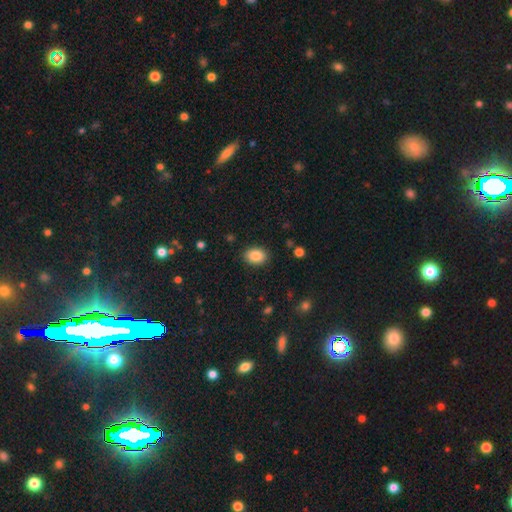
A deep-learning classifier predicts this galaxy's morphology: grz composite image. It shows a smooth galaxy with no disk features (87%) that is in between round and cigar-shaped (73%). Merging: none (88%).